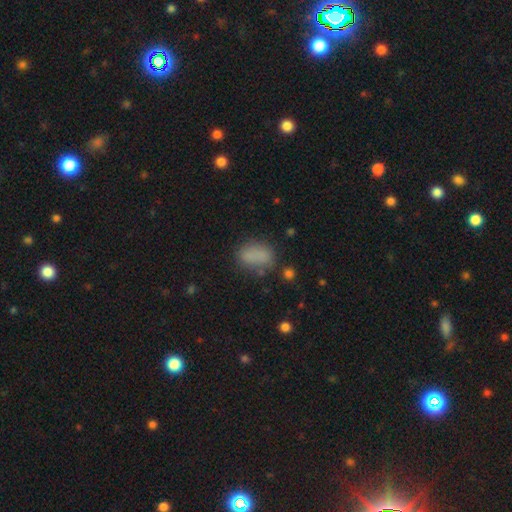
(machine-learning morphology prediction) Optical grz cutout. It shows a smooth galaxy with no disk features (82%) that is in between round and cigar-shaped (86%). Merging: none (69%).